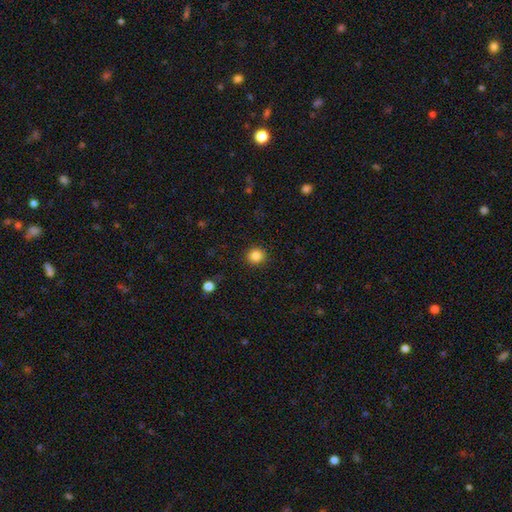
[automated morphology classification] smooth 85%, star or artifact 11%, featured or disk 4%. Down the decision tree: how rounded — round (90%); merging — none (91%).